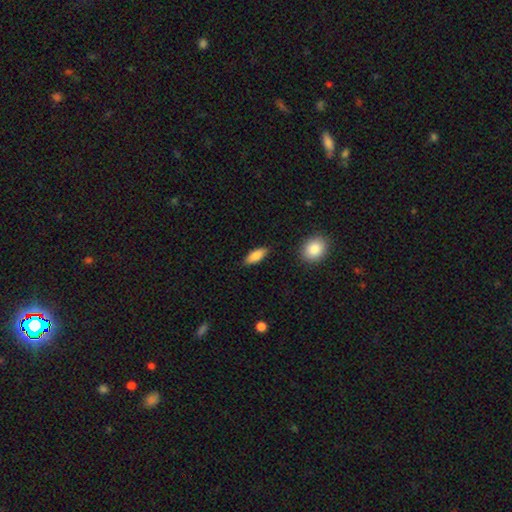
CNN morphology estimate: Q: Smooth or featured?
A: smooth (85%); runner-up: featured or disk (9%)
Q: How rounded?
A: in between (75%); runner-up: cigar-shaped (22%)
Q: Merging?
A: none (85%); runner-up: minor disturbance (10%)